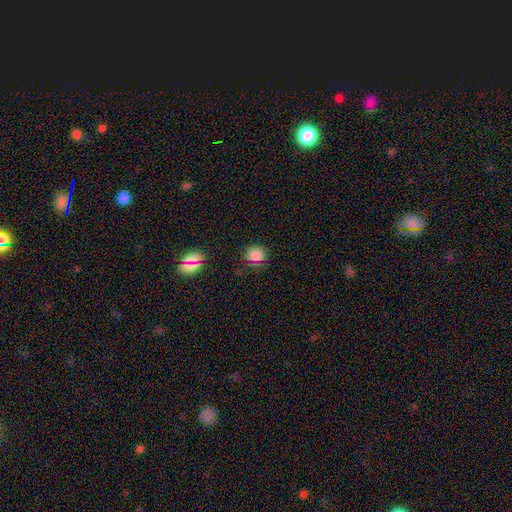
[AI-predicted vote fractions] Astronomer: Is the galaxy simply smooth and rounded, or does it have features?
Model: smooth — 76%.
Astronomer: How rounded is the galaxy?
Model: round — 87%.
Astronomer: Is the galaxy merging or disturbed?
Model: none — 83%.